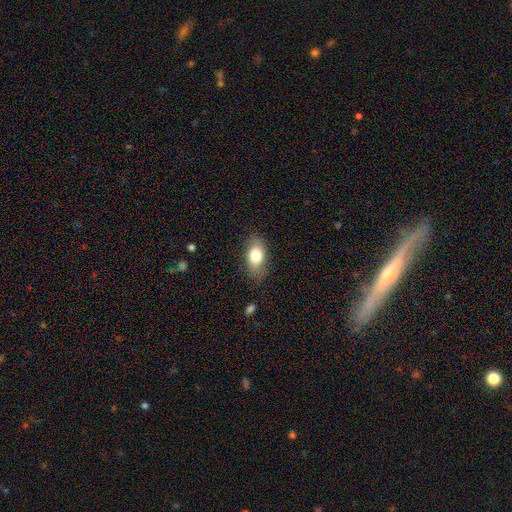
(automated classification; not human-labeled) smooth 77%, featured or disk 15%, star or artifact 8%. Down the decision tree: how rounded — in between (87%); merging — none (77%).